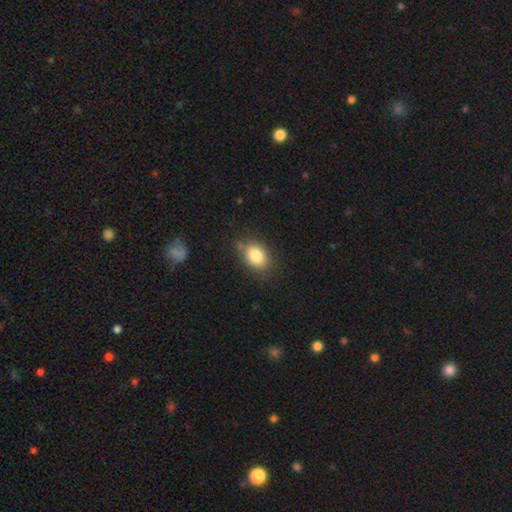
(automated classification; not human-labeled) Smooth or featured: smooth — 83% (star or artifact — 9%)
How rounded: in between — 70% (round — 29%)
Merging: none — 77% (minor disturbance — 16%)